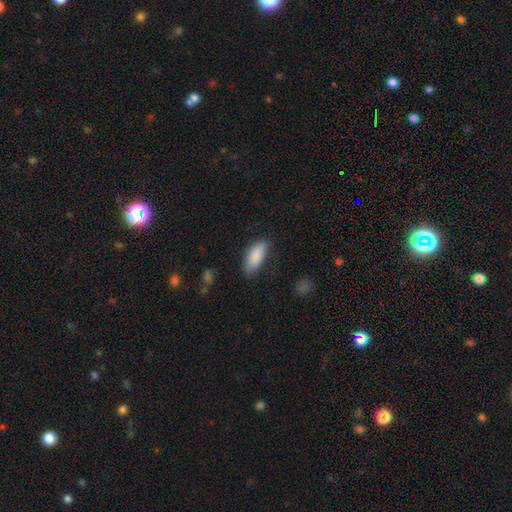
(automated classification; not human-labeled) The model was most divided on "merging": none: 72%, minor disturbance: 22%, major disturbance: 5%, merger: 2%. More confident: smooth or featured — smooth (88%); how rounded — in between (82%).